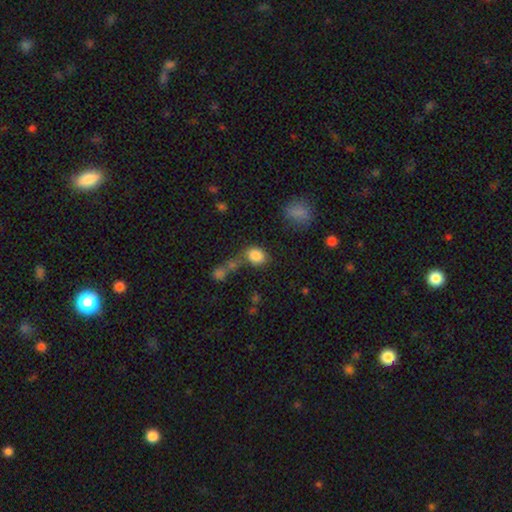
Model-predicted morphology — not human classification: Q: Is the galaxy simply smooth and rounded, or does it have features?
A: smooth — 84%.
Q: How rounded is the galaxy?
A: in between — 58%.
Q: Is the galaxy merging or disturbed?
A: none — 57%.